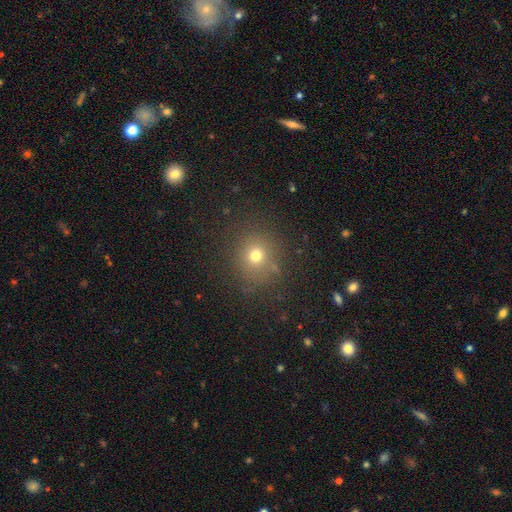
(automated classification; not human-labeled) Morphology: type=smooth (71%); roundness=round (86%); merging=none (83%).